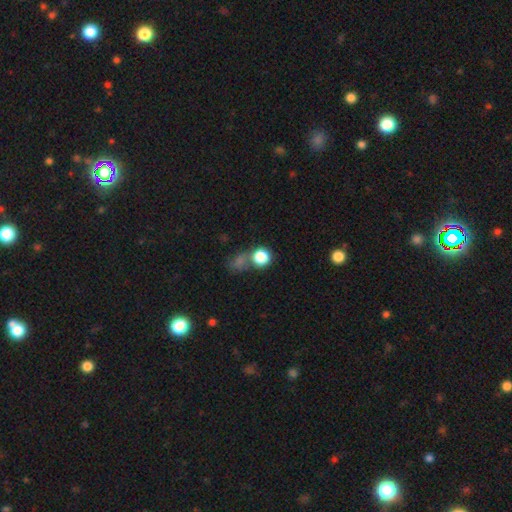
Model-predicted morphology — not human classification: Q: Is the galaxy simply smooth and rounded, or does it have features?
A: smooth — 44%.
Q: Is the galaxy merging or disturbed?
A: none — 54%.